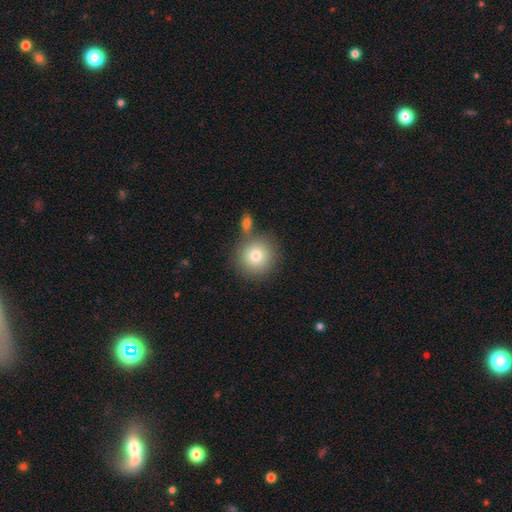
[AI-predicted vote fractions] smooth 79%, featured or disk 11%, star or artifact 10%. Down the decision tree: how rounded — round (93%); merging — none (70%).